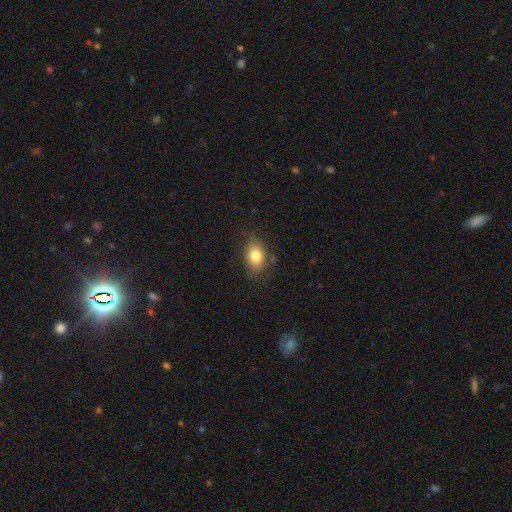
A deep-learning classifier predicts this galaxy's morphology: smooth 81%, featured or disk 10%, star or artifact 9%. Down the decision tree: how rounded — in between (80%); merging — none (78%).